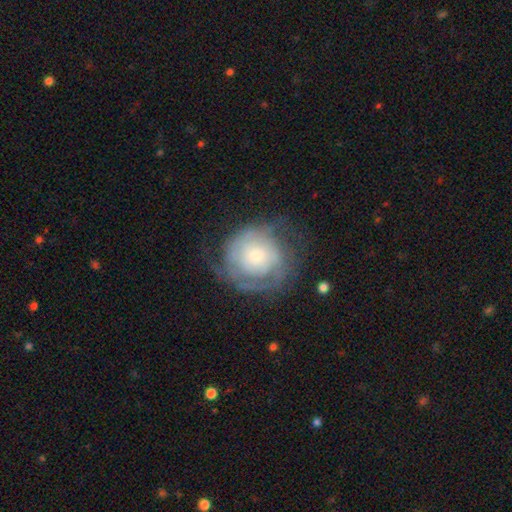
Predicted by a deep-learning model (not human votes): A featured or disk galaxy (66%) with no bar (81%), tight (62%) spiral arms (81%) and a small central bulge (53%). Merging: none (60%).